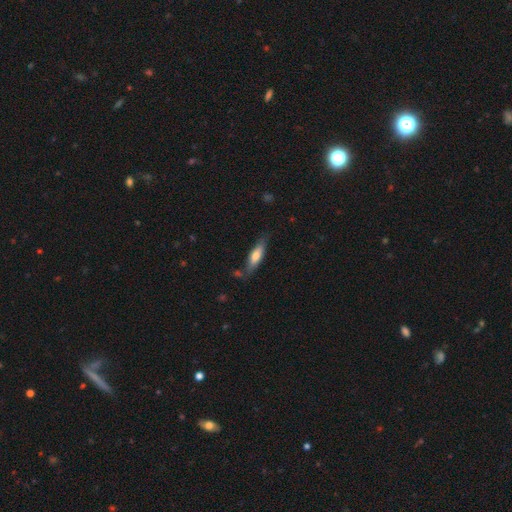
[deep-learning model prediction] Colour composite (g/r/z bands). It shows a smooth galaxy with no disk features (62%) that is cigar-shaped (60%). Merging: none (72%).